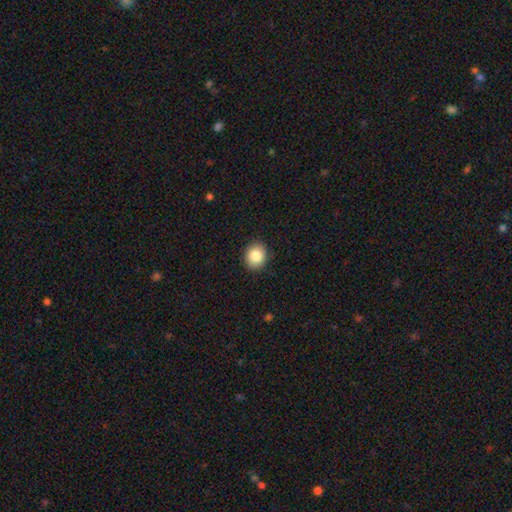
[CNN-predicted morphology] type=smooth (85%); roundness=round (73%); merging=none (90%).